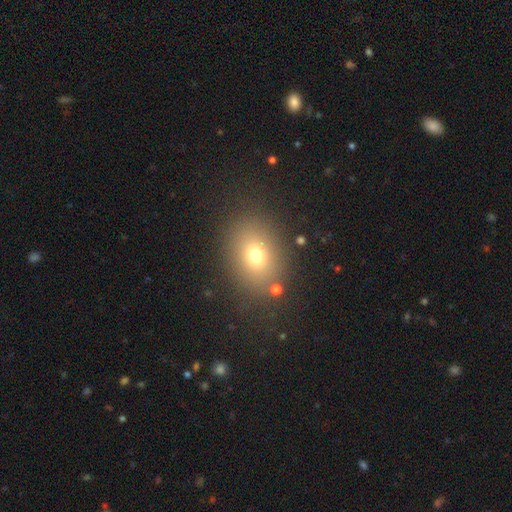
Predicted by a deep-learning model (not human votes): This appears to be a smooth galaxy with no disk features (71%) that is in between round and cigar-shaped (66%). Merging: none (83%).